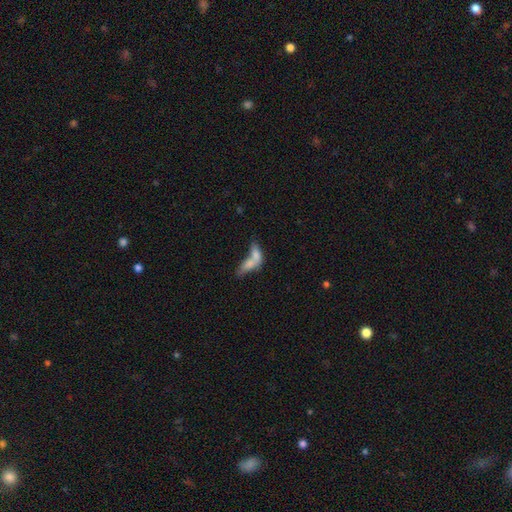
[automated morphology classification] Smooth or featured?
  - smooth: 67% *
  - featured or disk: 24%
  - star or artifact: 9%
How rounded?
  - in between: 72% *
  - cigar-shaped: 21%
  - round: 7%
Merging?
  - merger: 72% *
  - none: 13%
  - major disturbance: 8%
  - minor disturbance: 7%